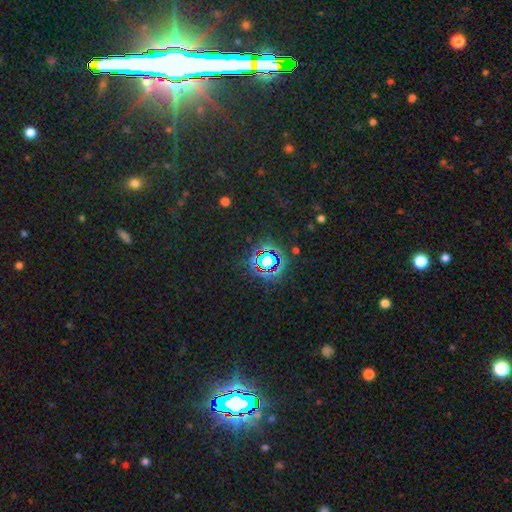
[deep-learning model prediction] Q: Smooth or featured?
A: star or artifact (82%); runner-up: smooth (10%)